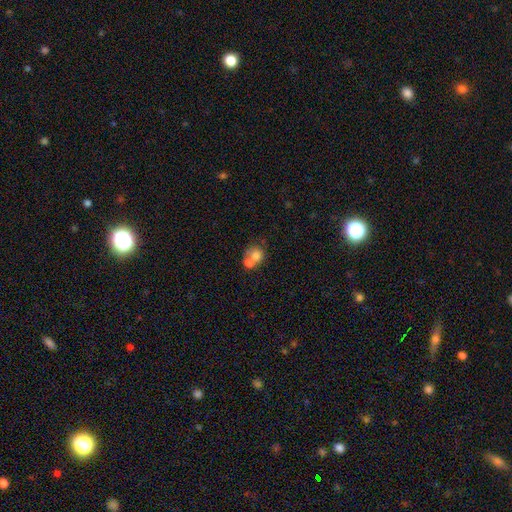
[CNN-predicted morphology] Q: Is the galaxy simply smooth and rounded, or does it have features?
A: smooth — 72%.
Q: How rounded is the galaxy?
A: round — 77%.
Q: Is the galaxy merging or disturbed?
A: merger — 55%.